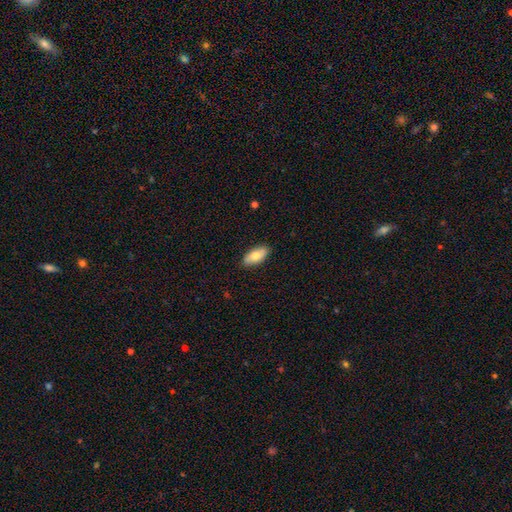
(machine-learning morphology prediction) Smooth or featured? Predicted: smooth (p=0.74). How rounded? Predicted: in between (p=0.87). Merging? Predicted: none (p=0.88).